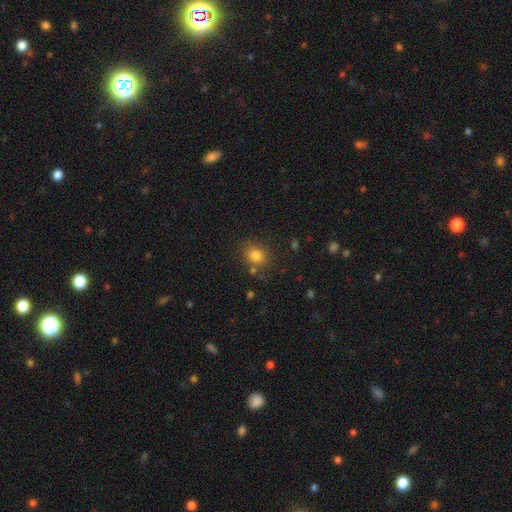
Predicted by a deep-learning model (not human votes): Morphology: type=smooth (80%); roundness=round (66%); merging=none (75%).